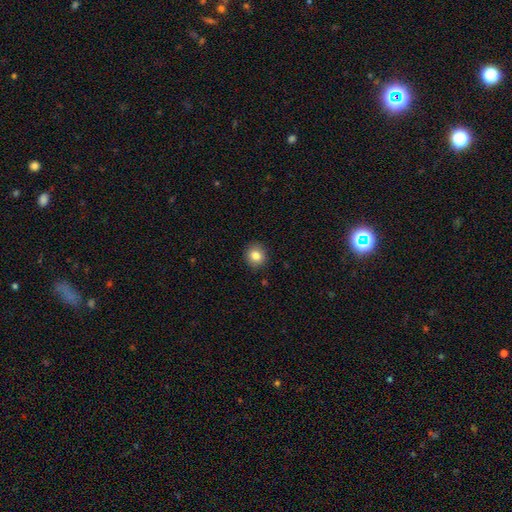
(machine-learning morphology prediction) Smooth or featured: smooth — 82% (star or artifact — 10%)
How rounded: round — 87% (in between — 12%)
Merging: none — 91% (minor disturbance — 7%)